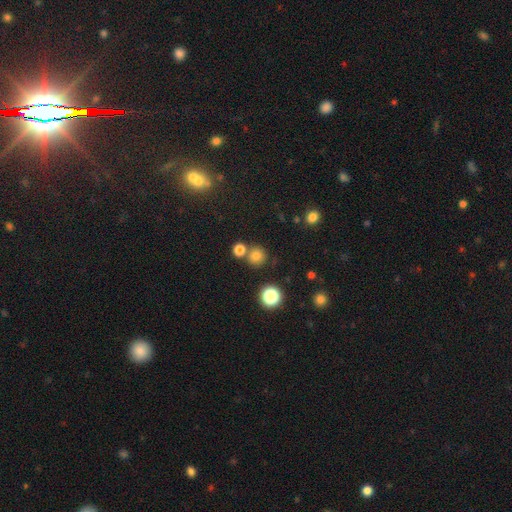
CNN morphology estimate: The model was most divided on "merging": none: 69%, merger: 20%, minor disturbance: 8%, major disturbance: 3%. More confident: how rounded — round (90%); smooth or featured — smooth (75%).